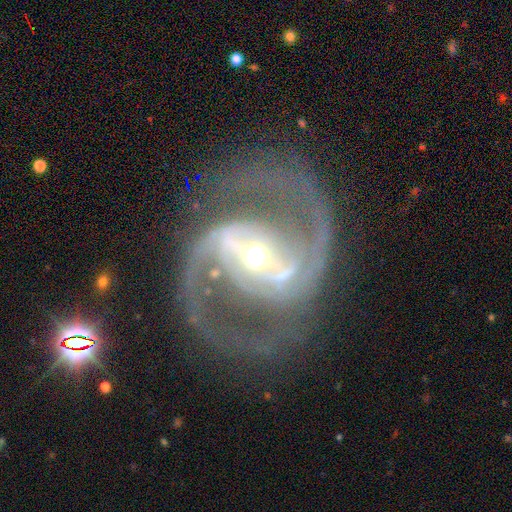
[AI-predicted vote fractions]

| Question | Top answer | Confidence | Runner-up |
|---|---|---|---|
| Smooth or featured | featured or disk | 93% | star or artifact (5%) |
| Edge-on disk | no | 97% | yes (3%) |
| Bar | strong | 50% | weak (34%) |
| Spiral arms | yes | 98% | no (2%) |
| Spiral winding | medium | 65% | tight (19%) |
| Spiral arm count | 2 | 93% | 3 (2%) |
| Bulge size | moderate | 61% | small (30%) |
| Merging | none | 78% | minor disturbance (12%) |